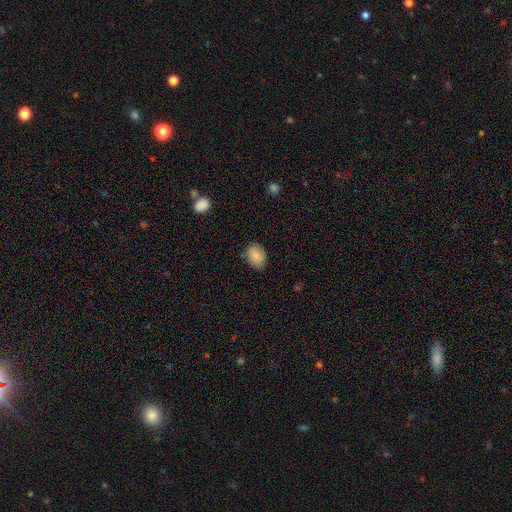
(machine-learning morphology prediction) smooth-or-featured: smooth: 86% | star or artifact: 8% | featured or disk: 6%
  how-rounded: in between: 74% | round: 25% | cigar-shaped: 1%
  merging: none: 78% | minor disturbance: 17% | major disturbance: 3% | merger: 2%